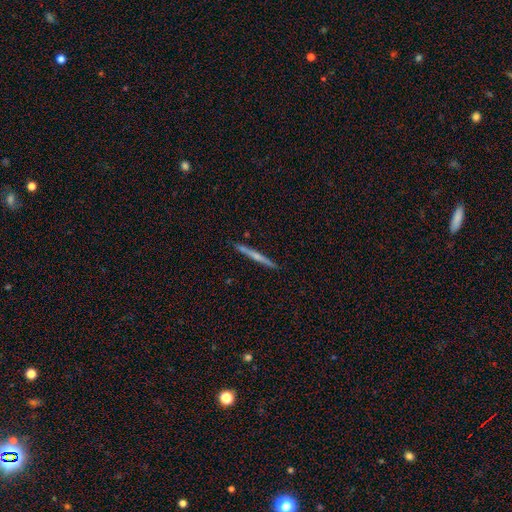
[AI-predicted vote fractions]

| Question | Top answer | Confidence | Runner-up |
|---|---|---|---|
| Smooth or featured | featured or disk | 57% | smooth (37%) |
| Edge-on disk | yes | 98% | no (2%) |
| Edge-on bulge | none | 50% | rounded (43%) |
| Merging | none | 91% | minor disturbance (6%) |